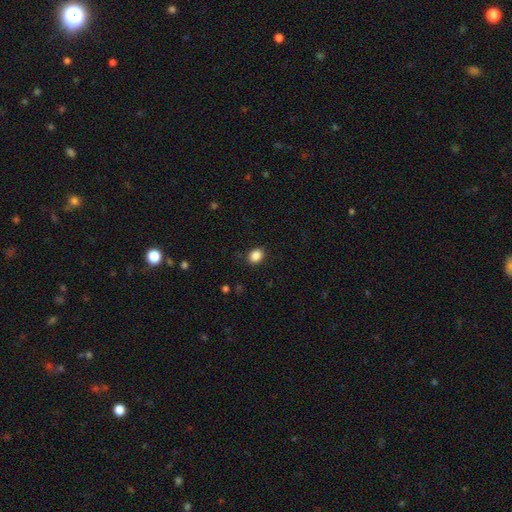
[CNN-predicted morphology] Smooth or featured?
  - smooth: 87% *
  - star or artifact: 9%
  - featured or disk: 3%
How rounded?
  - in between: 50% *
  - round: 49%
  - cigar-shaped: 1%
Merging?
  - none: 87% *
  - minor disturbance: 9%
  - major disturbance: 3%
  - merger: 1%